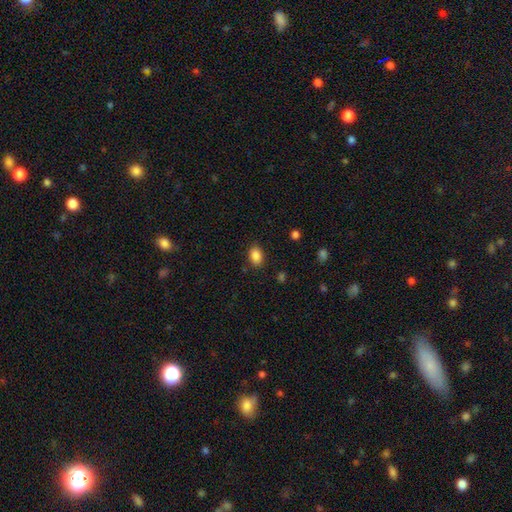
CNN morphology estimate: smooth-or-featured: smooth: 87% | star or artifact: 9% | featured or disk: 4%
  how-rounded: in between: 82% | round: 17% | cigar-shaped: 1%
  merging: none: 85% | minor disturbance: 10% | major disturbance: 3% | merger: 1%